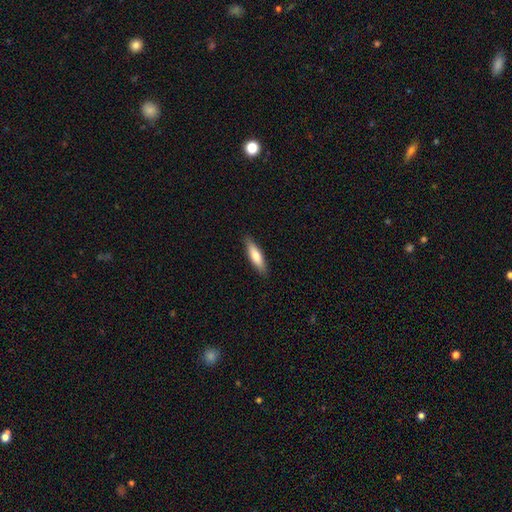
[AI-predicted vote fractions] A smooth galaxy with no disk features (72%) that is cigar-shaped (67%).

Vote fractions:
- Smooth or featured? smooth: 72% / featured or disk: 22% / star or artifact: 6%
- How rounded? cigar-shaped: 67% / in between: 31% / round: 1%
- Merging? none: 89% / minor disturbance: 9% / major disturbance: 2% / merger: 1%